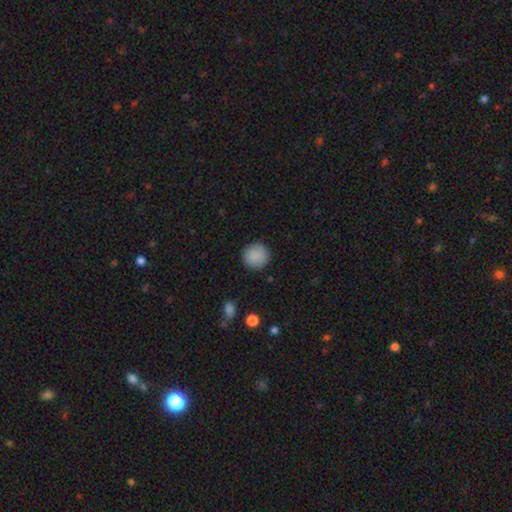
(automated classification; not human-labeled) Smooth or featured: smooth — 89% (star or artifact — 7%)
How rounded: round — 93% (in between — 6%)
Merging: none — 90% (minor disturbance — 7%)